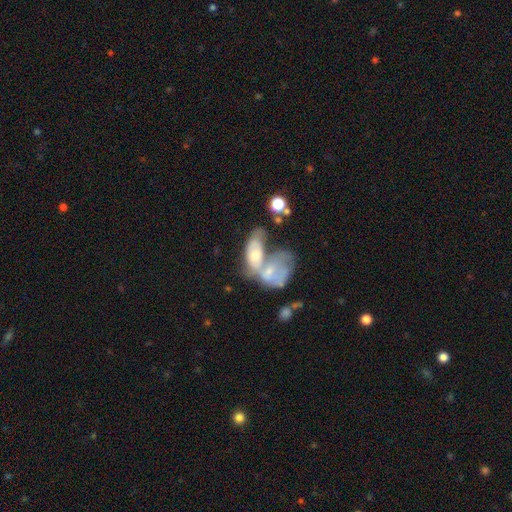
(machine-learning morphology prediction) featured or disk 49%, smooth 40%, star or artifact 10%. Down the decision tree: merging — merger (70%).